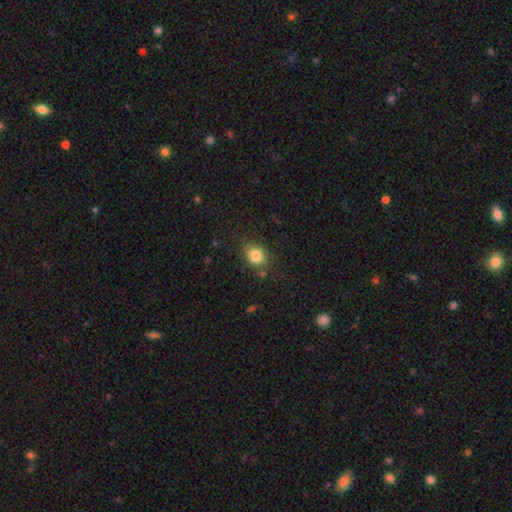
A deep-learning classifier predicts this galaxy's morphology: smooth 83%, star or artifact 11%, featured or disk 6%. Down the decision tree: how rounded — round (64%); merging — none (73%).